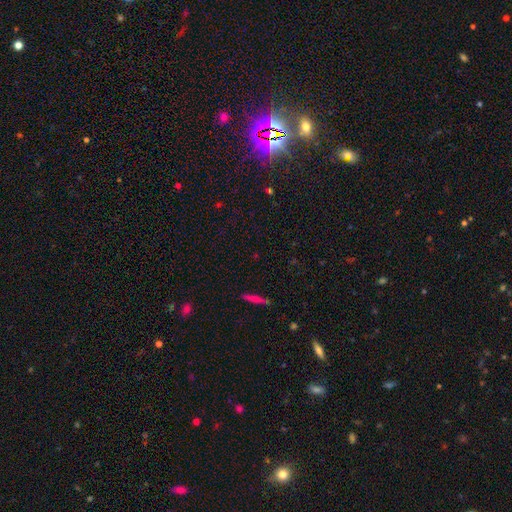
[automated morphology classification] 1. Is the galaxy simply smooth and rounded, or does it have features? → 44% smooth, 38% star or artifact, 18% featured or disk.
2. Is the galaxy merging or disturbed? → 86% none, 8% minor disturbance, 3% merger, 3% major disturbance.